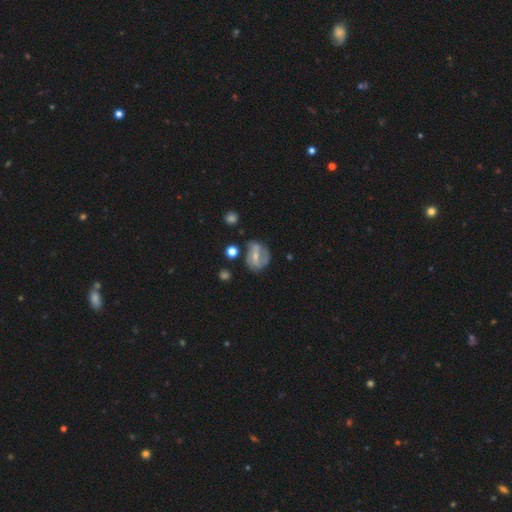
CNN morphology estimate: featured or disk 59%, smooth 33%, star or artifact 8%. Down the decision tree: edge-on disk — no (95%); bar — weak (40%); spiral arms — yes (65%); bulge size — small (48%); merging — none (54%).